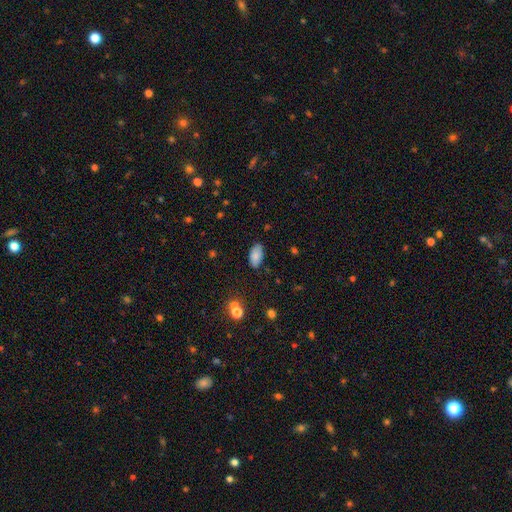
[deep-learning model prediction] smooth_or_featured: smooth (p=0.83) [alt: featured or disk p=0.09]
how_rounded: in between (p=0.94) [alt: round p=0.03]
merging: none (p=0.81) [alt: minor disturbance p=0.14]